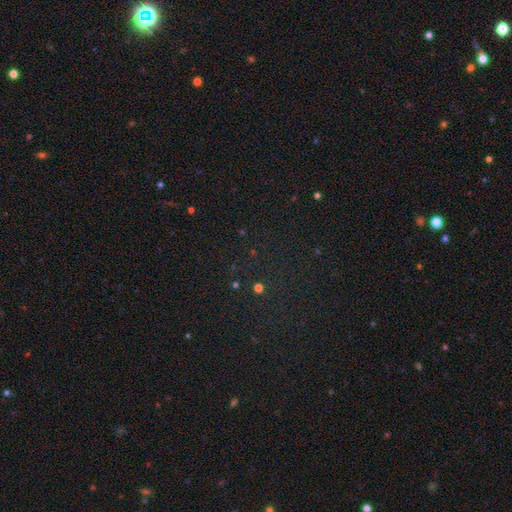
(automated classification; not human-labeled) Smooth or featured? Predicted: star or artifact (p=0.73).